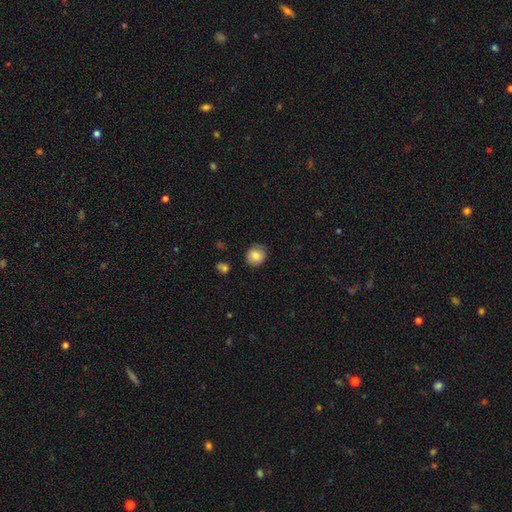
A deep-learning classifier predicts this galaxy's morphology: Smooth or featured?
  - smooth: 82% *
  - featured or disk: 9%
  - star or artifact: 9%
How rounded?
  - round: 83% *
  - in between: 16%
  - cigar-shaped: 1%
Merging?
  - none: 84% *
  - minor disturbance: 12%
  - major disturbance: 2%
  - merger: 2%